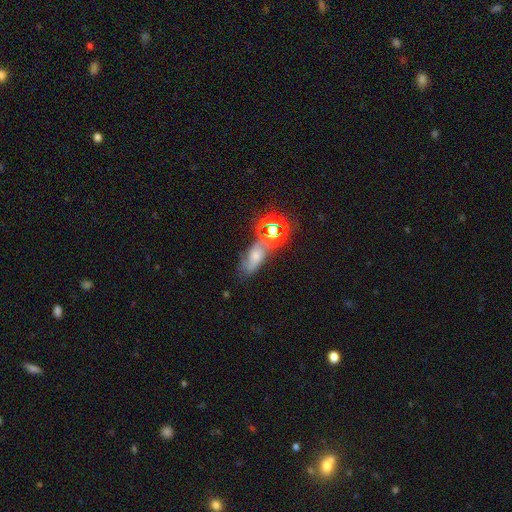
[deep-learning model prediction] Q: Smooth or featured?
A: smooth (41%); runner-up: star or artifact (30%)
Q: Merging?
A: none (45%); runner-up: merger (21%)